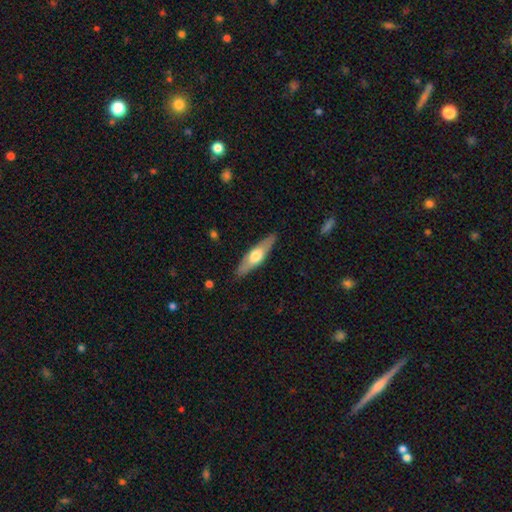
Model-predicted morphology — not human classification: Smooth or featured? Predicted: featured or disk (p=0.50). Merging? Predicted: none (p=0.87).